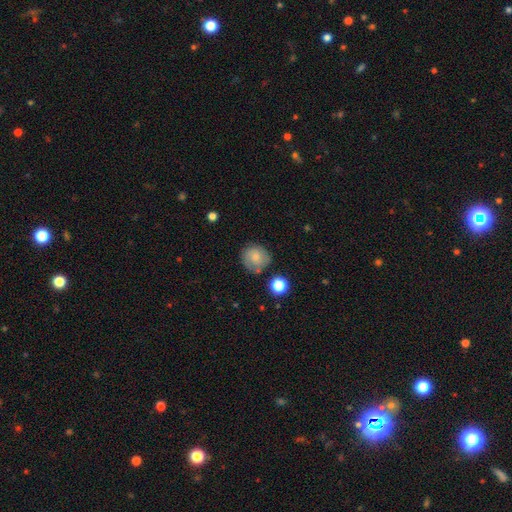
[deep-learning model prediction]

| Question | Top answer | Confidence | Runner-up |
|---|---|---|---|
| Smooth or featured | smooth | 72% | featured or disk (19%) |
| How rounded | round | 89% | in between (10%) |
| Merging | none | 73% | minor disturbance (17%) |